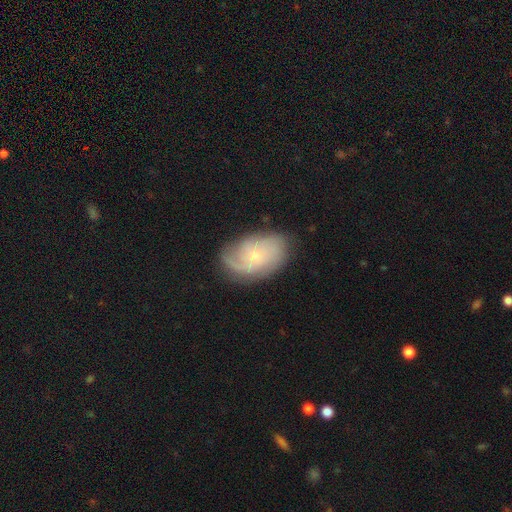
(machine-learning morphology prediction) This is likely a featured or disk galaxy (66%). It is clearly not viewed edge-on (96%). Bar: likely no (73%). Spiral arm pattern: clearly yes (89%). Spiral arm count: marginally can't tell (34%). Spiral winding: marginally medium (38%). Central bulge: likely small (73%). Merging: likely none (67%).